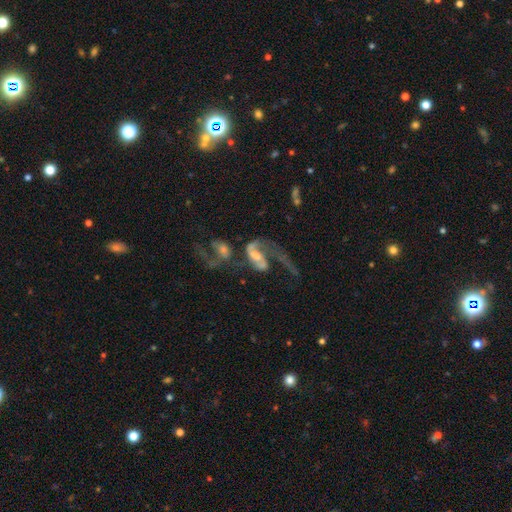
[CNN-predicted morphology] The model was most divided on "bar": no: 42%, weak: 39%, strong: 19%. Remaining: edge-on disk — no (96%); spiral arms — yes (82%); smooth or featured — featured or disk (77%); spiral winding — loose (72%); spiral arm count — 2 (59%); merging — merger (49%); bulge size — moderate (37%).